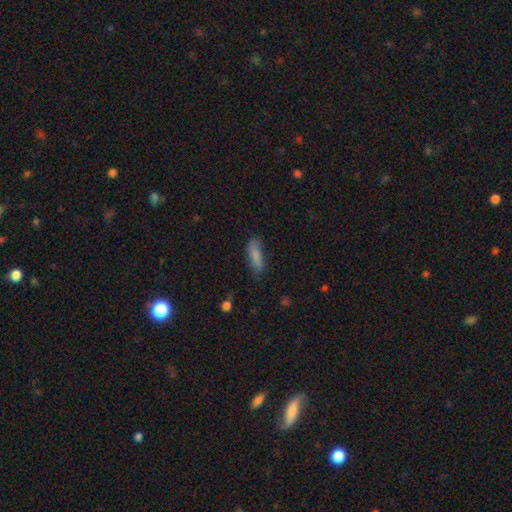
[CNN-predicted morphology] This appears to be a smooth galaxy with no disk features (80%) that is cigar-shaped (54%). Merging: none (70%).